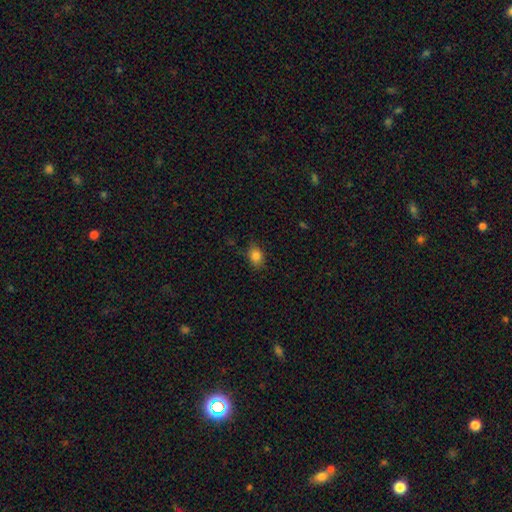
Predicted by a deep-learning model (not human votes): A smooth galaxy with no disk features (83%) that is in between round and cigar-shaped (64%).

Vote fractions:
- Smooth or featured? smooth: 83% / star or artifact: 11% / featured or disk: 5%
- How rounded? in between: 64% / round: 35% / cigar-shaped: 1%
- Merging? none: 78% / minor disturbance: 17% / major disturbance: 4% / merger: 1%